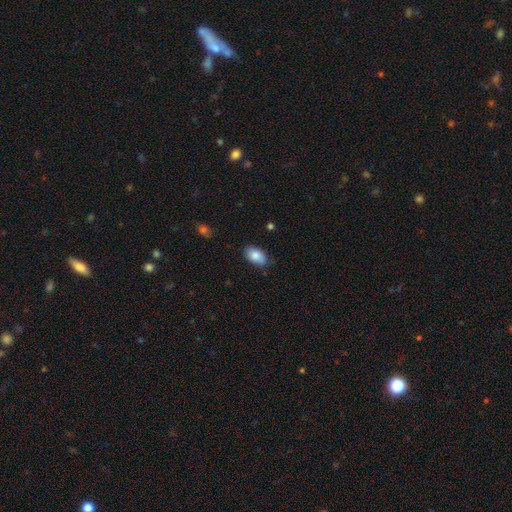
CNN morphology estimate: A smooth galaxy with no disk features (85%) that is in between round and cigar-shaped (93%). Merging: none (82%).